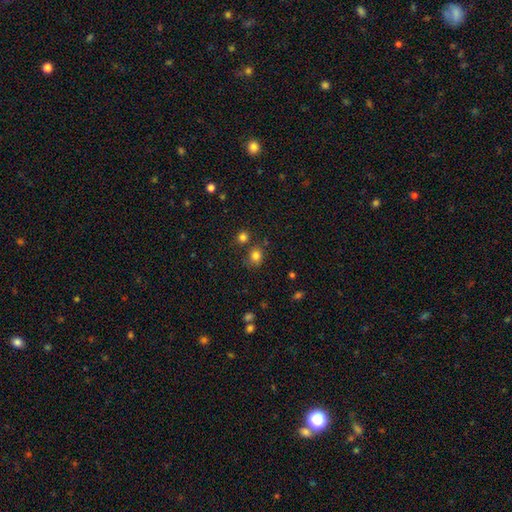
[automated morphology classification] Smooth or featured: smooth — 80% (star or artifact — 14%)
How rounded: round — 75% (in between — 24%)
Merging: none — 72% (minor disturbance — 12%)